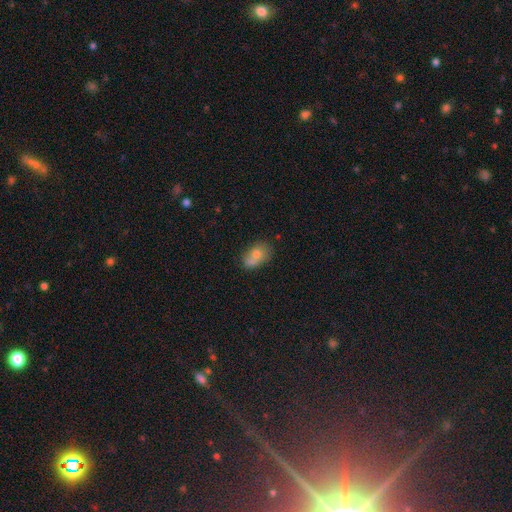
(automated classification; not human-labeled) smooth 71%, featured or disk 19%, star or artifact 10%. Down the decision tree: how rounded — in between (79%); merging — none (43%).